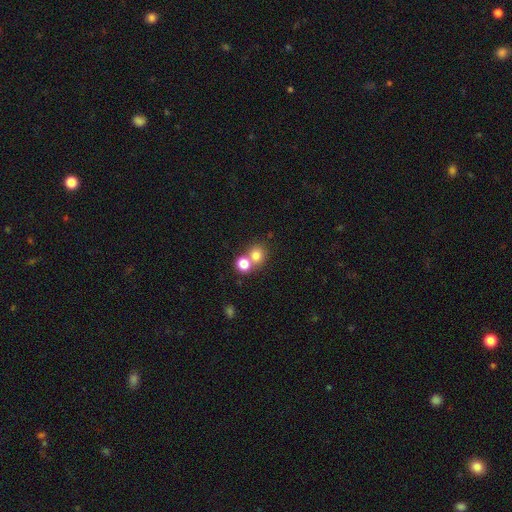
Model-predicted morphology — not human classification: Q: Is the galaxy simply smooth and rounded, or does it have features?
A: smooth — 78%.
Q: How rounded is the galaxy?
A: round — 81%.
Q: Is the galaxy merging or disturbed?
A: none — 47%.